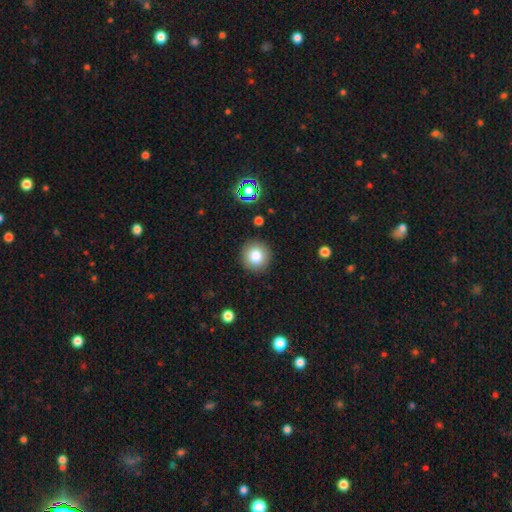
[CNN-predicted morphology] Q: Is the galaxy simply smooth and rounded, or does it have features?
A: smooth — 80%.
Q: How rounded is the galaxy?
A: round — 94%.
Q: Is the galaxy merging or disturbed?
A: none — 90%.